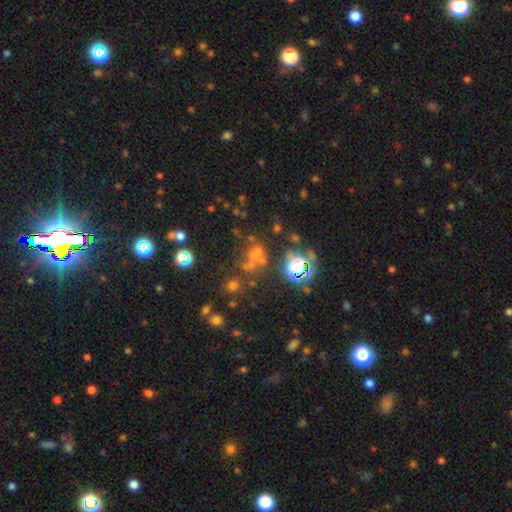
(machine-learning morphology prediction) This appears to be a star or artifact, not a galaxy (41%).